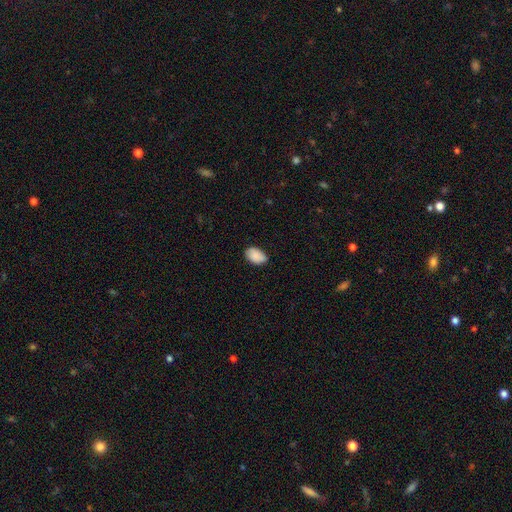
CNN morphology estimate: smooth_or_featured: smooth (p=0.90) [alt: star or artifact p=0.06]
how_rounded: in between (p=0.91) [alt: round p=0.08]
merging: none (p=0.79) [alt: minor disturbance p=0.17]